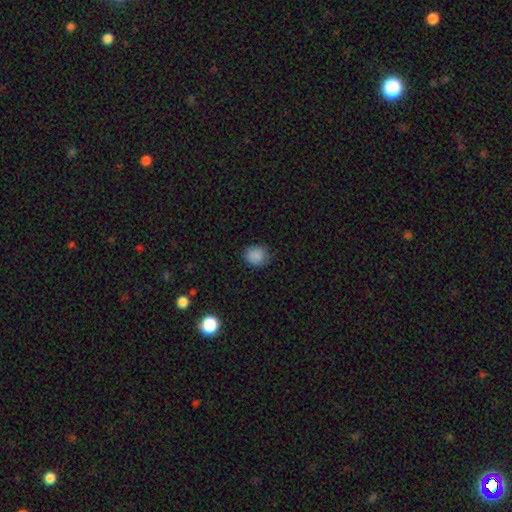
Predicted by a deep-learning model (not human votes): The model was most divided on "how rounded": round: 74%, in between: 25%, cigar-shaped: 1%. More confident: smooth or featured — smooth (87%); merging — none (79%).